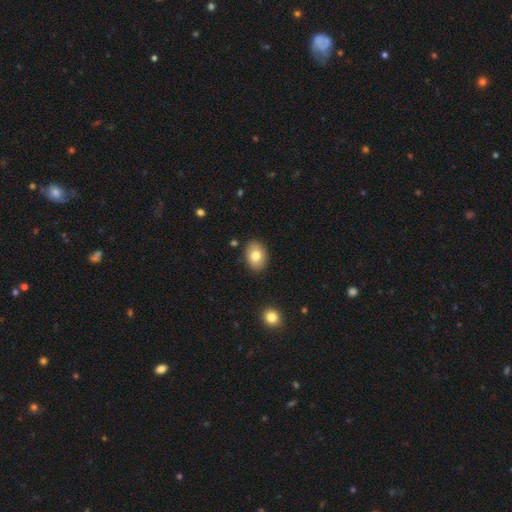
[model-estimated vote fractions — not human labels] A smooth galaxy with no disk features (78%) that is in between round and cigar-shaped (76%). Merging: none (87%).